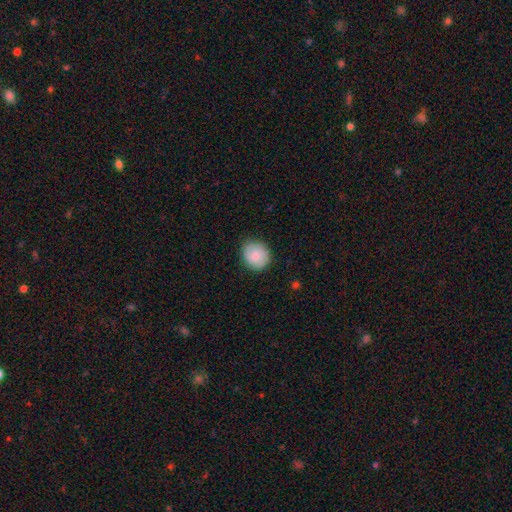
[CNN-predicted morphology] Overall: smooth (80%). How rounded: round (78%). Merging: none (83%).